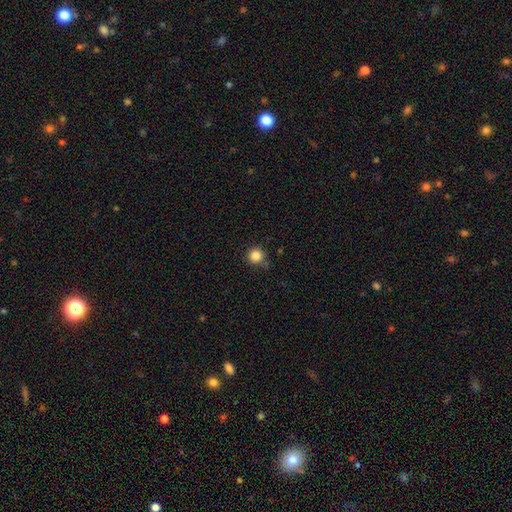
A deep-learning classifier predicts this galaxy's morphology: A smooth galaxy with no disk features (85%) that is round (95%).

Vote fractions:
- Smooth or featured? smooth: 85% / star or artifact: 12% / featured or disk: 4%
- How rounded? round: 95% / in between: 4% / cigar-shaped: 1%
- Merging? none: 82% / minor disturbance: 12% / major disturbance: 3% / merger: 3%